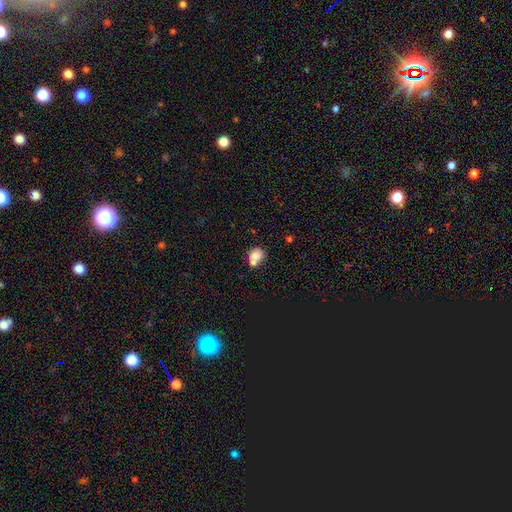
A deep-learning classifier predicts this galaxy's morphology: Smooth or featured? Predicted: smooth (p=0.74). How rounded? Predicted: round (p=0.68). Merging? Predicted: none (p=0.43).